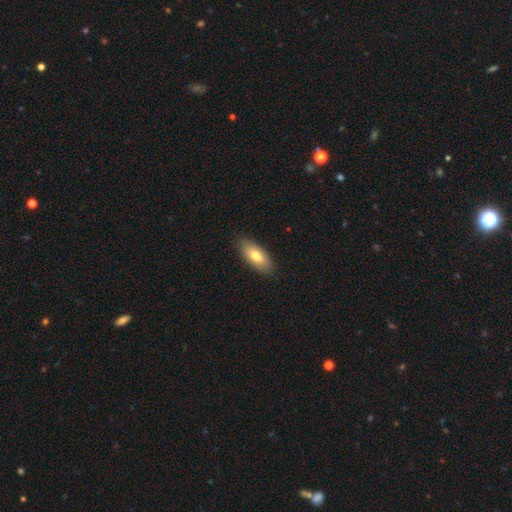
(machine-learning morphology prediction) A smooth galaxy with no disk features (74%) that is in between round and cigar-shaped (83%). Merging: none (86%).